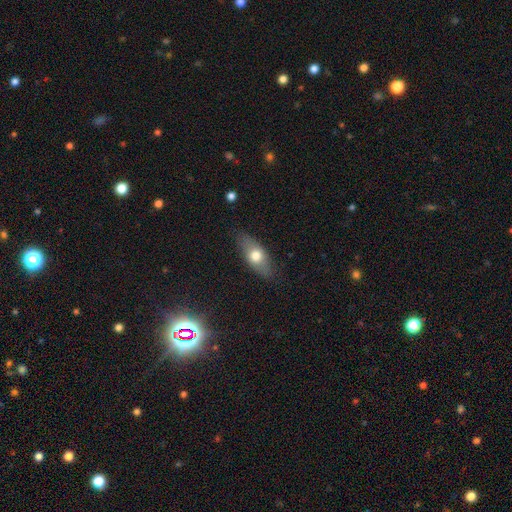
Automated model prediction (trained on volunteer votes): A smooth galaxy with no disk features (65%) that is in between round and cigar-shaped (77%). Merging: none (82%).